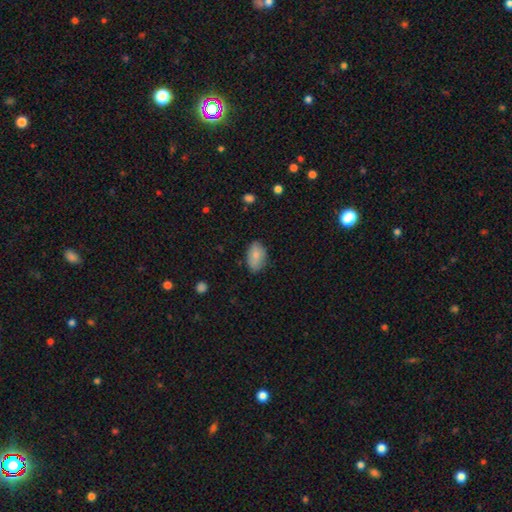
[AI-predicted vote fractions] Smooth or featured? smooth (81%)
How rounded? in between (92%)
Merging? none (78%)